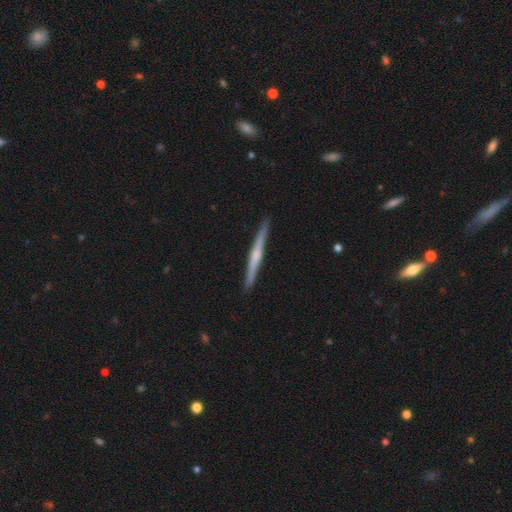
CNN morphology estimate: Smooth or featured? featured or disk (67%)
Edge-on disk? yes (98%)
Edge-on bulge? rounded (59%)
Merging? none (92%)